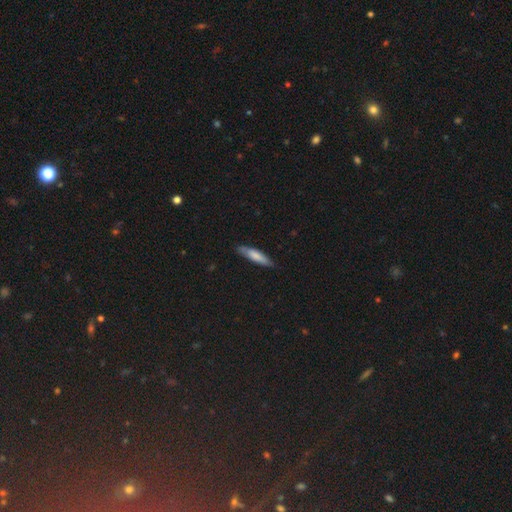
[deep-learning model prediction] Smooth or featured: smooth — 73% (featured or disk — 21%)
How rounded: cigar-shaped — 77% (in between — 22%)
Merging: none — 78% (minor disturbance — 18%)